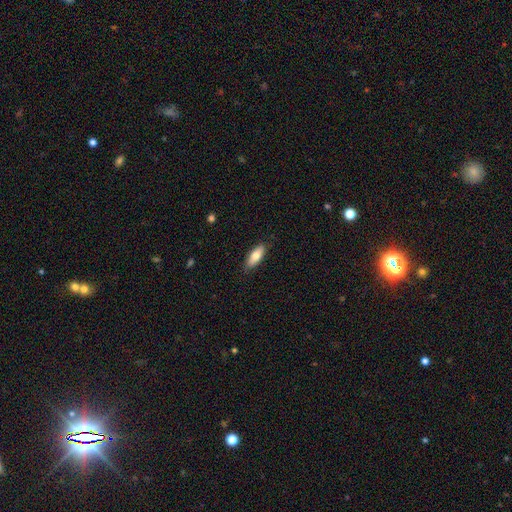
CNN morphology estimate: The model was most divided on "how rounded": in between: 70%, cigar-shaped: 28%, round: 2%. More confident: merging — none (85%); smooth or featured — smooth (74%).